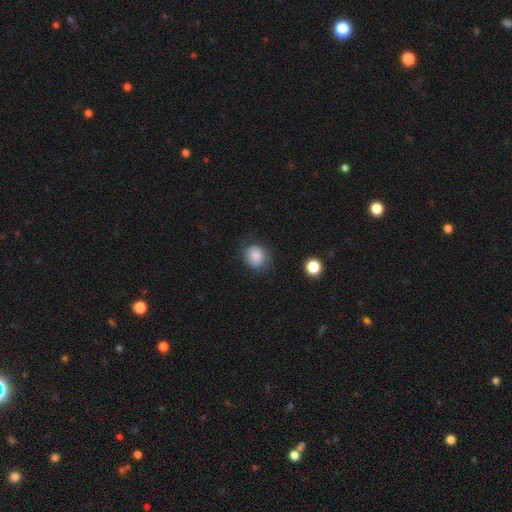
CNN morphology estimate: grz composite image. It shows a smooth galaxy with no disk features (86%) that is round (79%). Merging: none (77%).